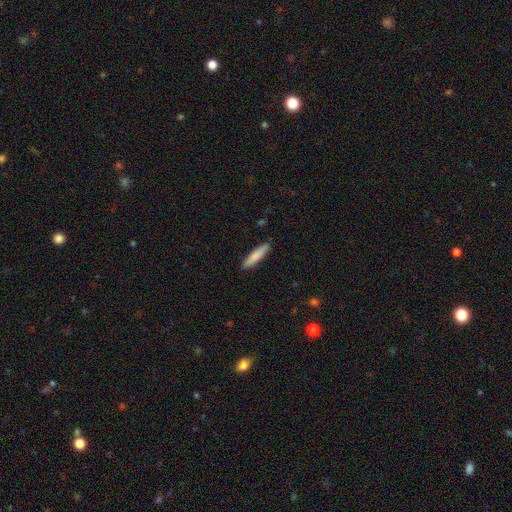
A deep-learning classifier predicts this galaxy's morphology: Q: Smooth or featured?
A: smooth (82%); runner-up: featured or disk (13%)
Q: How rounded?
A: cigar-shaped (84%); runner-up: in between (15%)
Q: Merging?
A: none (89%); runner-up: minor disturbance (8%)